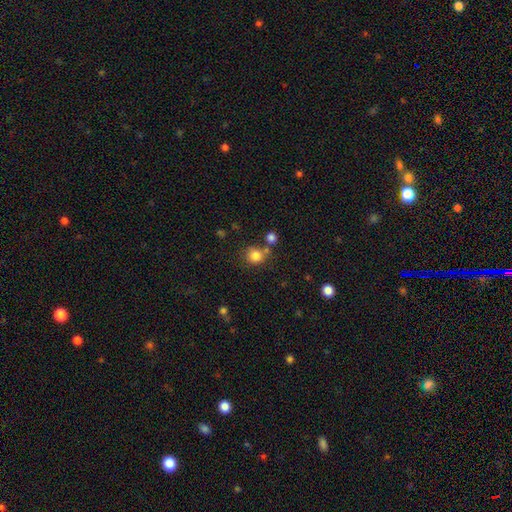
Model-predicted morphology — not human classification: The model was most divided on "merging": none: 65%, merger: 19%, minor disturbance: 12%, major disturbance: 4%. More confident: how rounded — round (83%); smooth or featured — smooth (82%).